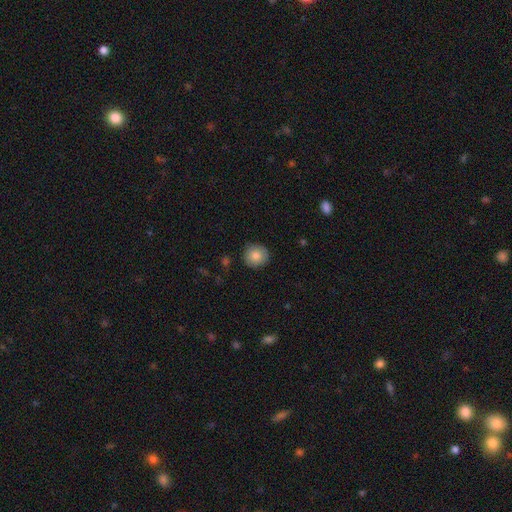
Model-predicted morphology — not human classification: type=smooth (82%); roundness=round (91%); merging=none (86%).